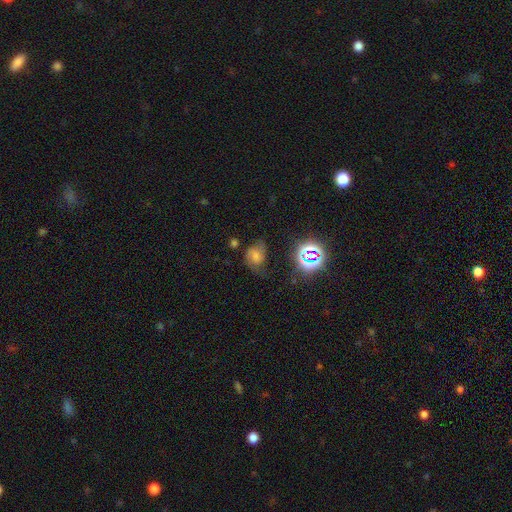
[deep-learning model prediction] Morphology: type=featured or disk (37%); merging=none (54%).